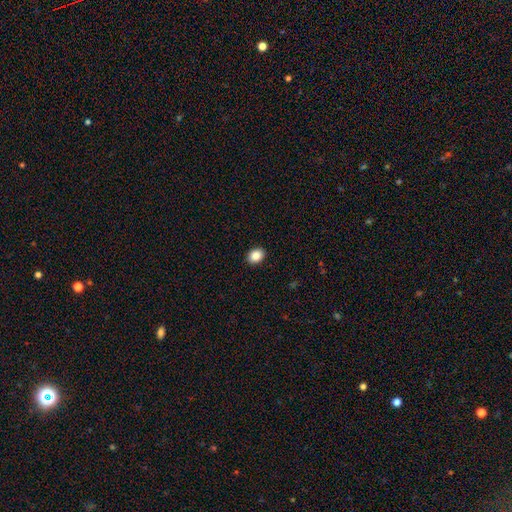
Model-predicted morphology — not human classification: A smooth galaxy with no disk features (87%) that is in between round and cigar-shaped (63%). Merging: none (92%).